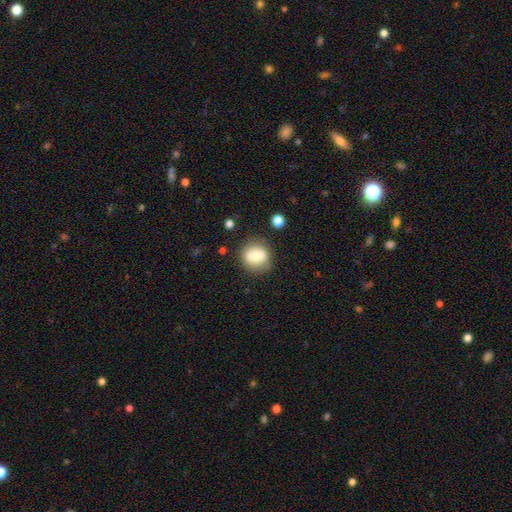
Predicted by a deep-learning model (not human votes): Smooth or featured? smooth (73%)
How rounded? round (80%)
Merging? none (78%)